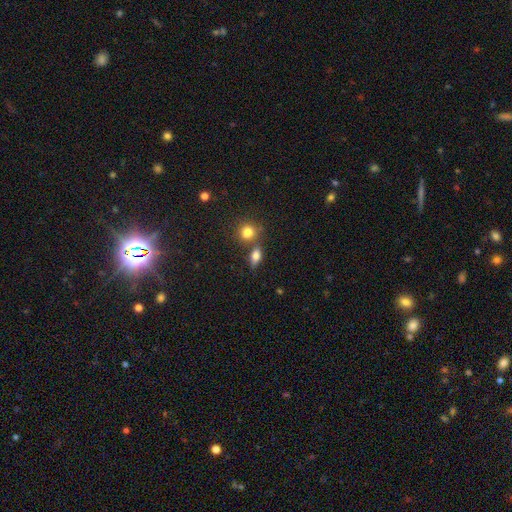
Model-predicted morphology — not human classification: Q: Smooth or featured?
A: smooth (77%); runner-up: featured or disk (12%)
Q: How rounded?
A: in between (70%); runner-up: round (21%)
Q: Merging?
A: none (57%); runner-up: merger (25%)